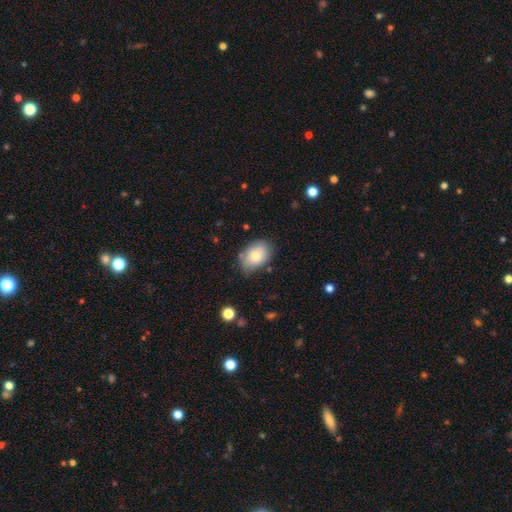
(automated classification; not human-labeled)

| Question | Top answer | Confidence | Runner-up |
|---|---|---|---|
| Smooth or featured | smooth | 77% | featured or disk (16%) |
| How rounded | in between | 83% | round (16%) |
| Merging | none | 72% | minor disturbance (21%) |